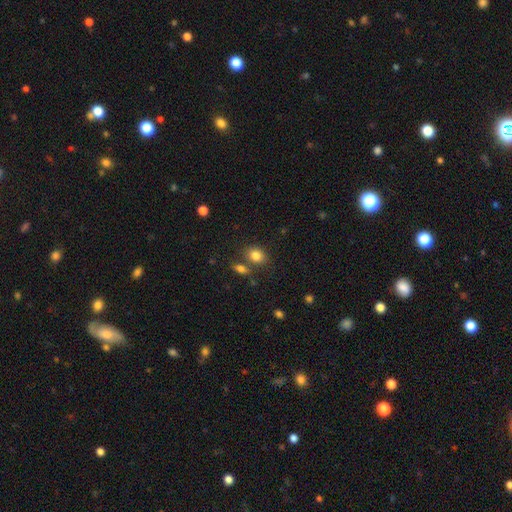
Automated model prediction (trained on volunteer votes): Morphology: type=smooth (83%); roundness=in between (52%); merging=none (66%).